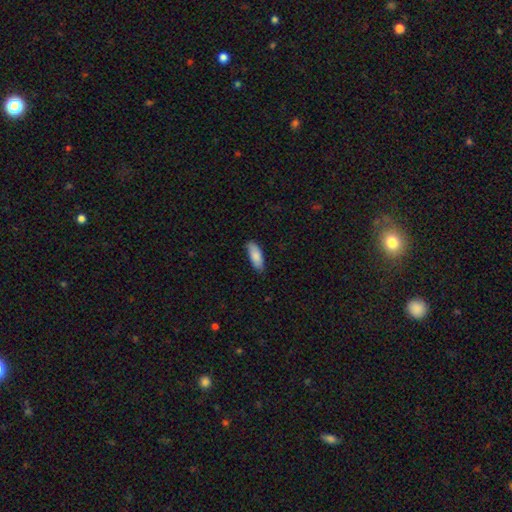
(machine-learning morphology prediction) This appears to be a smooth galaxy with no disk features (87%) that is in between round and cigar-shaped (75%). Merging: none (80%).